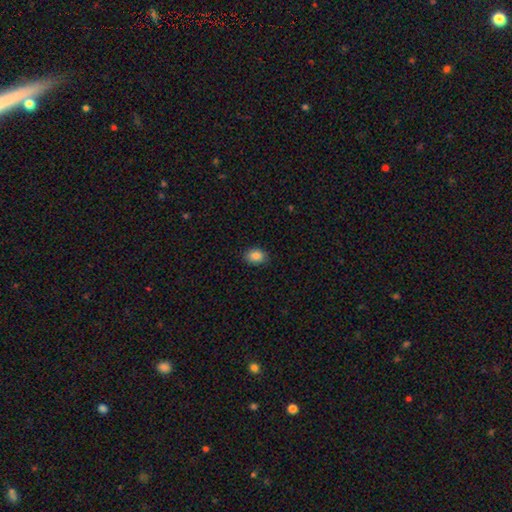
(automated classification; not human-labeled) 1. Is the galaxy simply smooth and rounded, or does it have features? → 86% smooth, 9% star or artifact, 5% featured or disk.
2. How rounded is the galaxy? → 69% in between, 30% round, 1% cigar-shaped.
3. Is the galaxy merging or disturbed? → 86% none, 11% minor disturbance, 2% major disturbance, 1% merger.